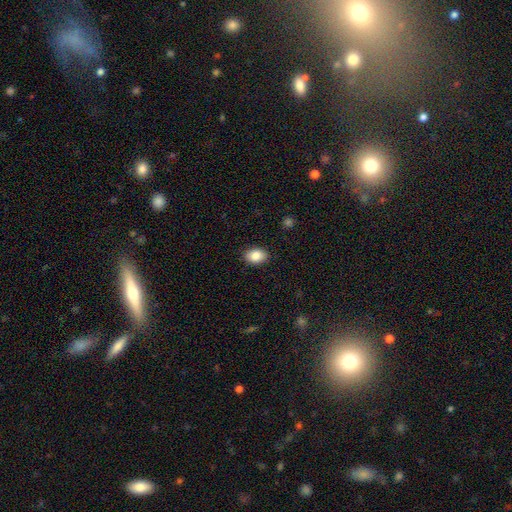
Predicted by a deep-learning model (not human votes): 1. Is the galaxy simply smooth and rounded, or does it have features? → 86% smooth, 8% star or artifact, 6% featured or disk.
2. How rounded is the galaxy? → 82% in between, 17% round, 1% cigar-shaped.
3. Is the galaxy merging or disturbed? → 89% none, 8% minor disturbance, 2% major disturbance, 1% merger.